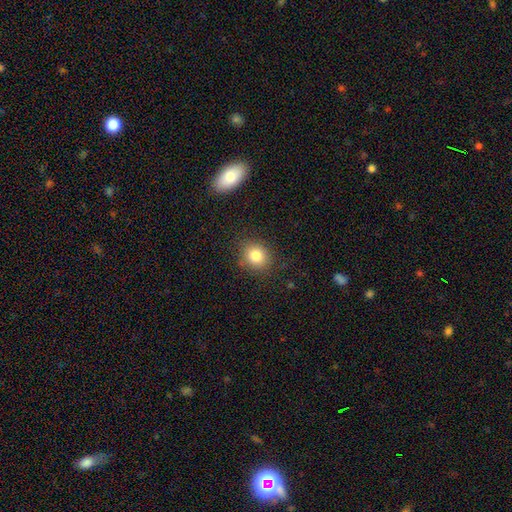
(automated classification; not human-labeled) The model was most divided on "how rounded": round: 78%, in between: 21%, cigar-shaped: 1%. More confident: merging — none (85%); smooth or featured — smooth (82%).